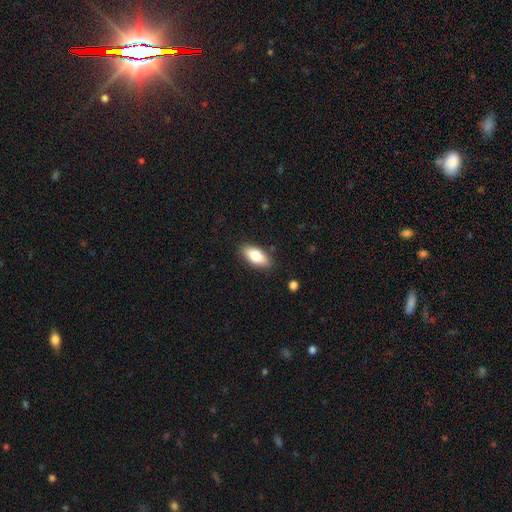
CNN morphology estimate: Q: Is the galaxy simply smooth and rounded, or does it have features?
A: smooth — 80%.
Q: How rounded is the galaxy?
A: in between — 87%.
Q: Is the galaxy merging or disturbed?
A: none — 87%.